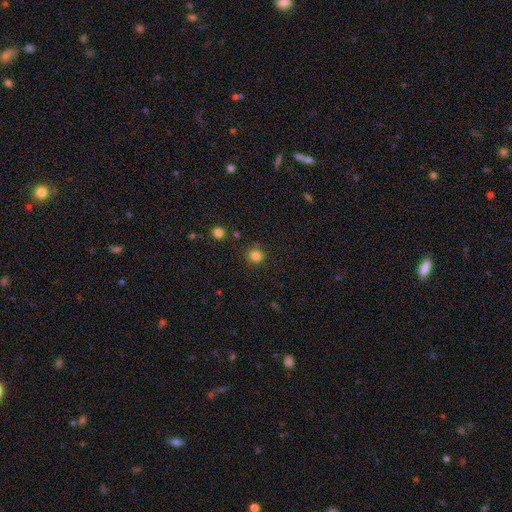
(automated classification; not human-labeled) Smooth or featured? Predicted: smooth (p=0.82). How rounded? Predicted: round (p=0.91). Merging? Predicted: none (p=0.83).